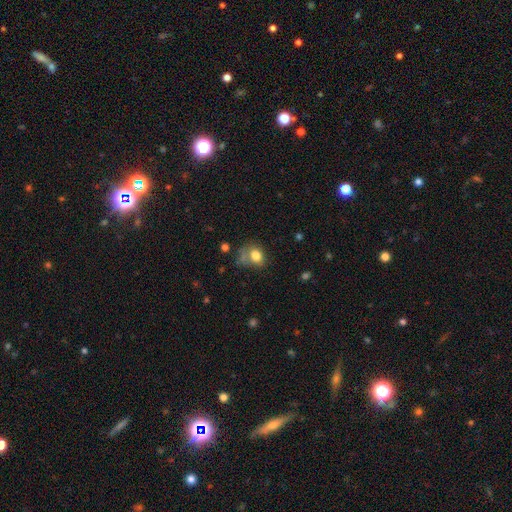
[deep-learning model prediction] This appears to be a smooth galaxy with no disk features (78%) that is in between round and cigar-shaped (53%). Merging: none (43%).